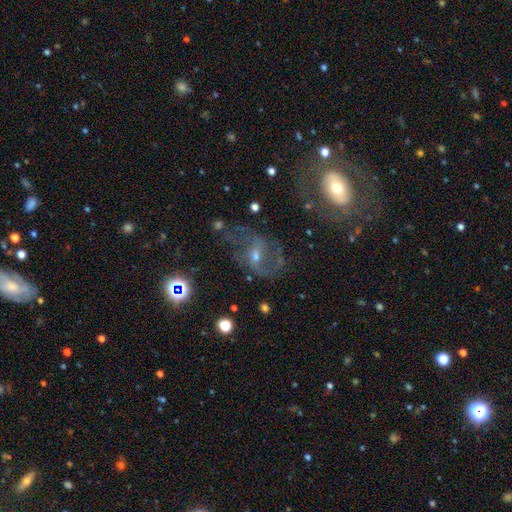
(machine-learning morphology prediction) Smooth or featured?
  - featured or disk: 71% *
  - star or artifact: 15%
  - smooth: 15%
Edge-on disk?
  - no: 96% *
  - yes: 4%
Bar?
  - weak: 46% *
  - no: 37%
  - strong: 17%
Spiral arms?
  - yes: 81% *
  - no: 19%
Spiral winding?
  - loose: 46% *
  - medium: 41%
  - tight: 13%
Spiral arm count?
  - 2: 65% *
  - can't tell: 17%
  - 1: 8%
  - 3: 5%
  - 4: 2%
  - more than 4: 2%
Bulge size?
  - small: 49% *
  - moderate: 43%
  - none: 4%
  - large: 3%
  - dominant: 1%
Merging?
  - none: 50% *
  - major disturbance: 27%
  - minor disturbance: 18%
  - merger: 5%